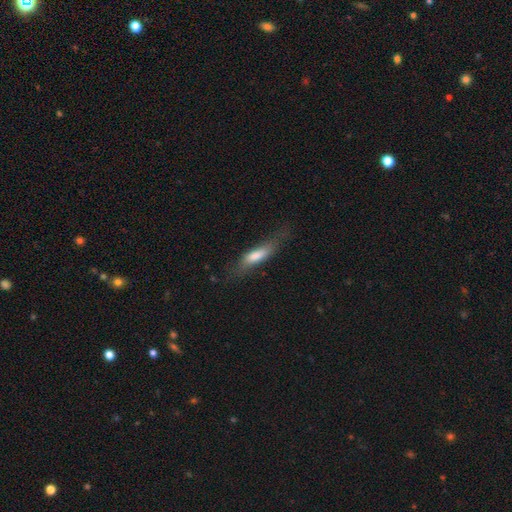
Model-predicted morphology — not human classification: Overall: smooth (69%). How rounded: cigar-shaped (59%; in between 38%). Merging: none (56%; minor disturbance 26%).